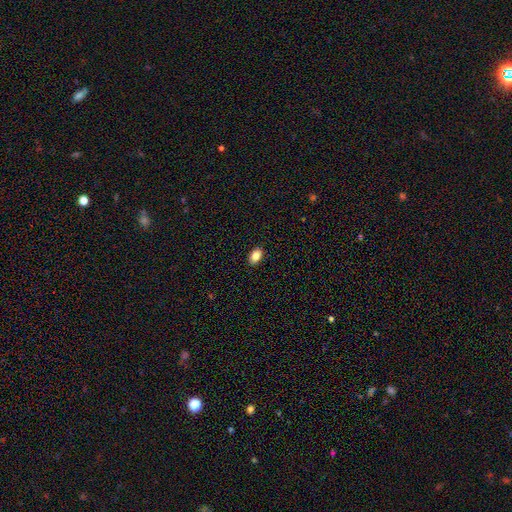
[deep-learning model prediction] Smooth or featured: smooth — 85% (star or artifact — 8%)
How rounded: in between — 88% (round — 10%)
Merging: none — 90% (minor disturbance — 7%)